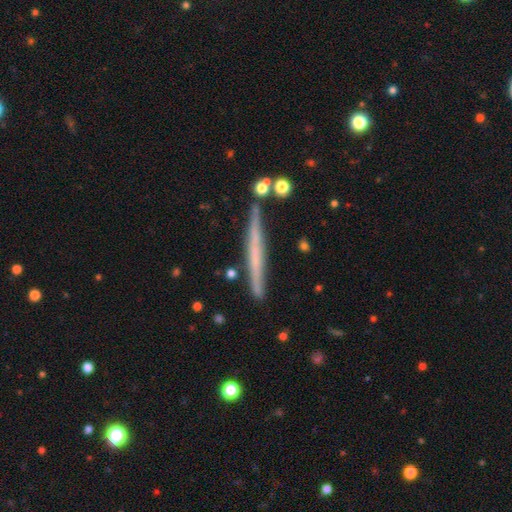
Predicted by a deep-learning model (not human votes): Overall: featured or disk (54%; smooth 35%). Edge-on disk: yes (95%). Edge-on bulge: none (73%). Merging: none (83%).